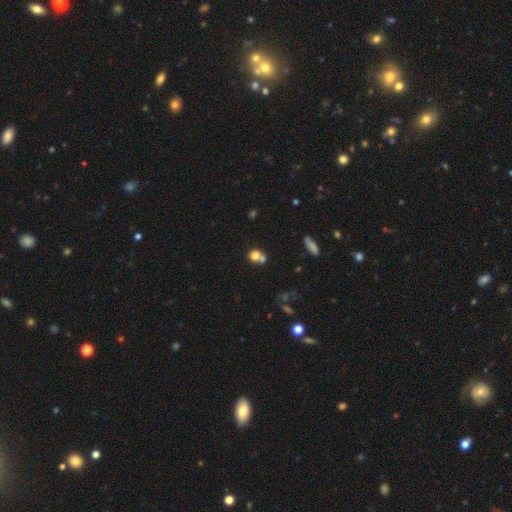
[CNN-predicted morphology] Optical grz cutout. It shows a smooth galaxy with no disk features (75%) that is round (78%). Merging: merger (49%).